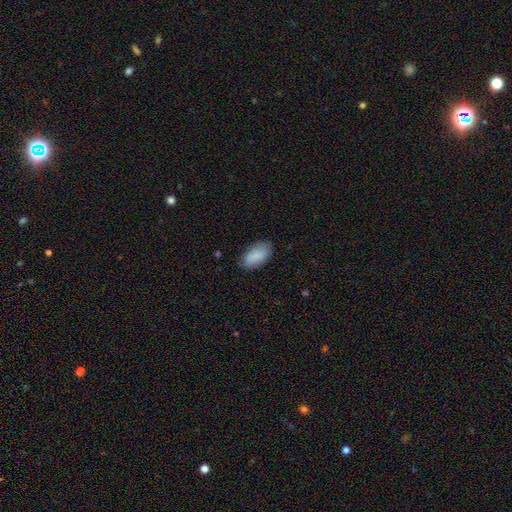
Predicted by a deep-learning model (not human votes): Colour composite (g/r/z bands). It shows a smooth galaxy with no disk features (86%) that is in between round and cigar-shaped (94%). Merging: none (78%).